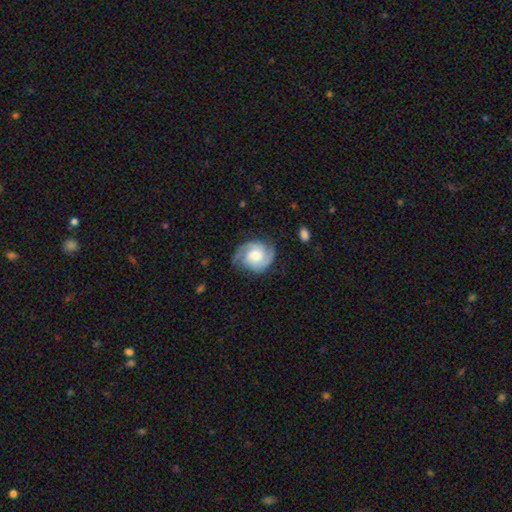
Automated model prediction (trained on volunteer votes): Smooth or featured?
  - featured or disk: 81% *
  - smooth: 14%
  - star or artifact: 6%
Edge-on disk?
  - no: 98% *
  - yes: 2%
Bar?
  - no: 64% *
  - weak: 31%
  - strong: 5%
Spiral arms?
  - yes: 96% *
  - no: 4%
Spiral winding?
  - tight: 48% *
  - medium: 42%
  - loose: 10%
Spiral arm count?
  - 2: 81% *
  - 3: 7%
  - can't tell: 6%
  - 1: 3%
  - 4: 2%
  - more than 4: 2%
Bulge size?
  - moderate: 47% *
  - large: 30%
  - small: 15%
  - none: 6%
  - dominant: 3%
Merging?
  - none: 72% *
  - minor disturbance: 20%
  - major disturbance: 7%
  - merger: 1%